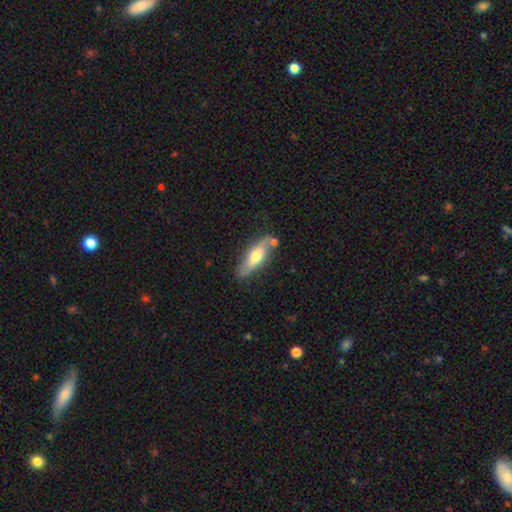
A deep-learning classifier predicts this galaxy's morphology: A smooth galaxy with no disk features (54%) that is cigar-shaped (51%). Merging: none (71%).